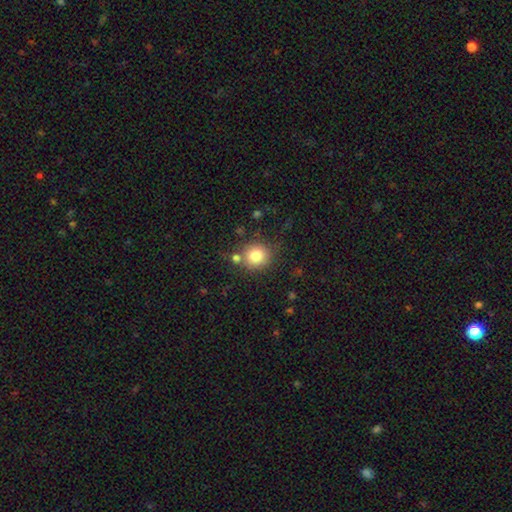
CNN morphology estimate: Smooth or featured: smooth — 80% (star or artifact — 11%)
How rounded: round — 87% (in between — 12%)
Merging: none — 72% (merger — 12%)